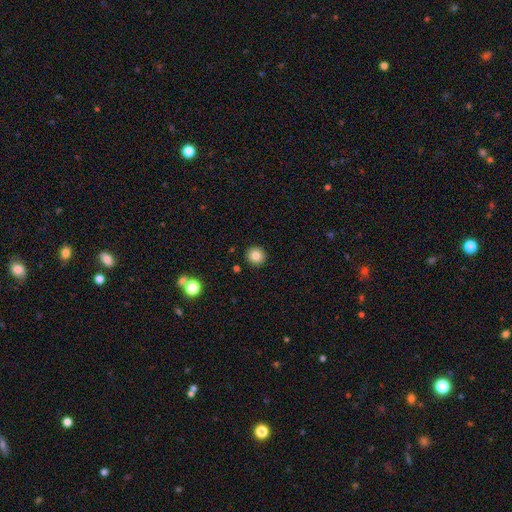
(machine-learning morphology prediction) Smooth or featured?
  - smooth: 83% *
  - star or artifact: 10%
  - featured or disk: 6%
How rounded?
  - round: 93% *
  - in between: 6%
  - cigar-shaped: 1%
Merging?
  - none: 91% *
  - minor disturbance: 5%
  - merger: 2%
  - major disturbance: 2%